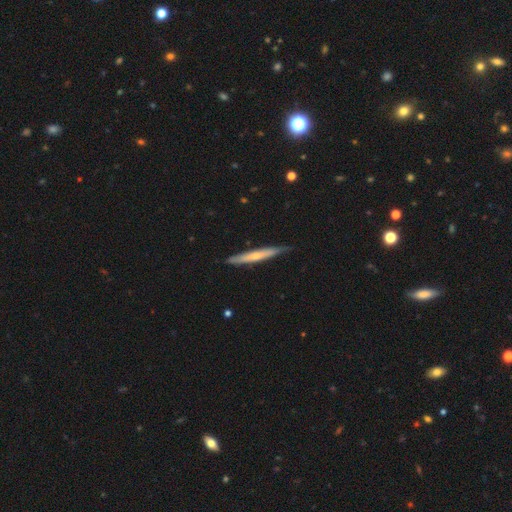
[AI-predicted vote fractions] Smooth or featured?
  - featured or disk: 50% *
  - smooth: 45%
  - star or artifact: 5%
Merging?
  - none: 81% *
  - minor disturbance: 16%
  - major disturbance: 2%
  - merger: 1%